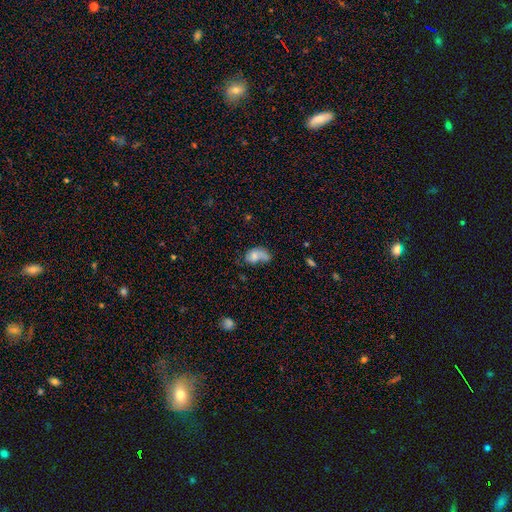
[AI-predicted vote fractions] Smooth or featured? smooth (60%)
How rounded? in between (86%)
Merging? major disturbance (31%)